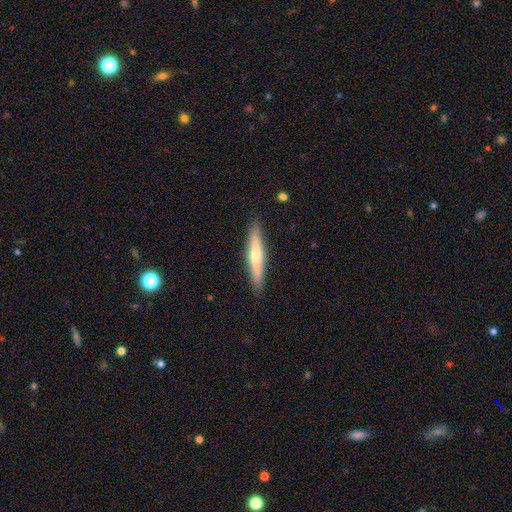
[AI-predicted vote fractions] featured or disk 50%, smooth 44%, star or artifact 6%. Down the decision tree: merging — none (90%).